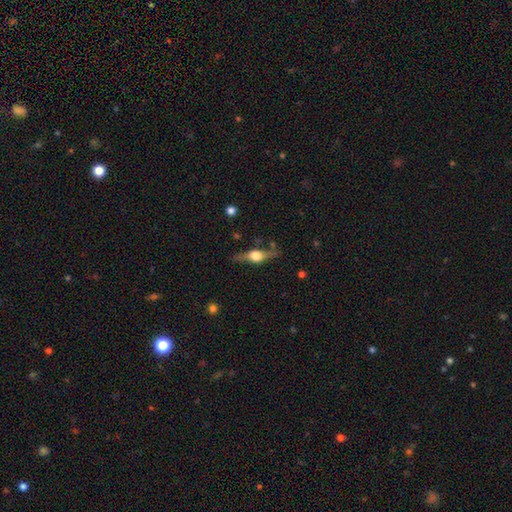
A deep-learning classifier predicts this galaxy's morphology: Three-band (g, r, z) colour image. It shows a featured or disk galaxy (67%) viewed edge-on (93%) with a rounded central bulge (94%). Merging: none (79%).